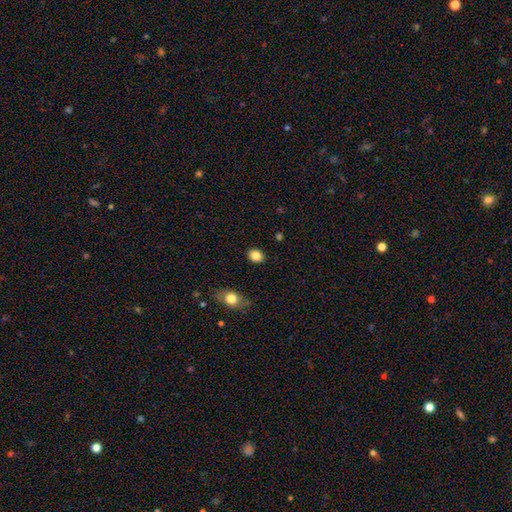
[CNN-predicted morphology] smooth 84%, star or artifact 10%, featured or disk 5%. Down the decision tree: how rounded — round (54%); merging — none (89%).